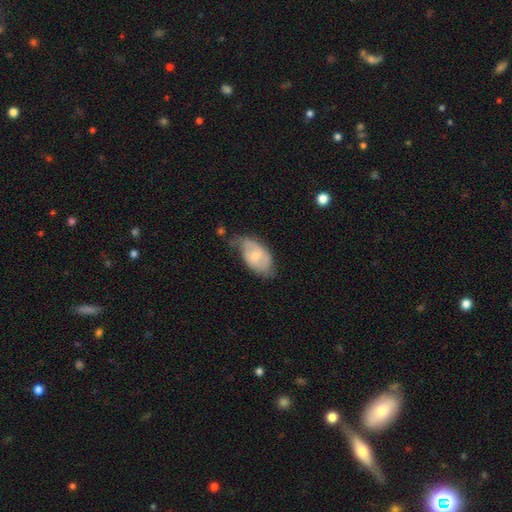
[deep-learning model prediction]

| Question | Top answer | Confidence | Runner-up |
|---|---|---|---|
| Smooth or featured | featured or disk | 47% | tied: smooth (47%) |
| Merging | none | 40% | minor disturbance (39%) |